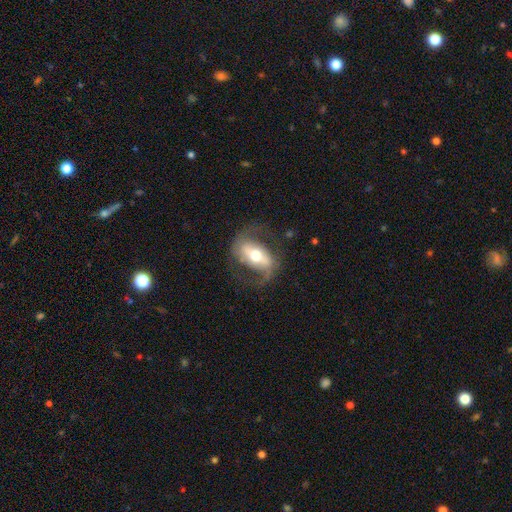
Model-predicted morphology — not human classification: smooth_or_featured: featured or disk (p=0.77) [alt: smooth p=0.17]
disk_edge_on: no (p=0.93) [alt: yes p=0.07]
bar: strong (p=0.54) [alt: weak p=0.28]
has_spiral_arms: yes (p=0.85) [alt: no p=0.15]
spiral_winding: medium (p=0.43) [alt: loose p=0.42]
spiral_arm_count: 2 (p=0.88) [alt: can't tell p=0.05]
bulge_size: moderate (p=0.68) [alt: small p=0.17]
merging: none (p=0.71) [alt: minor disturbance p=0.16]